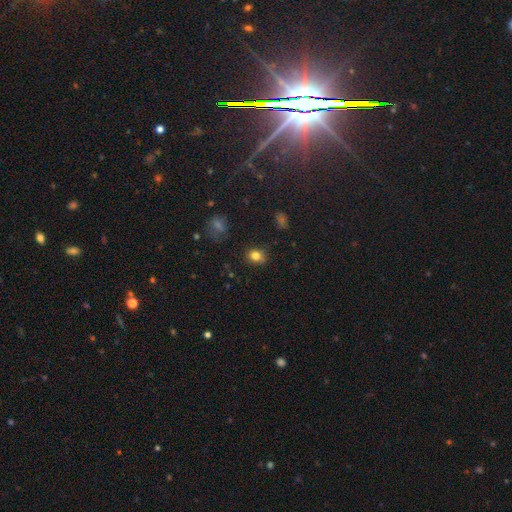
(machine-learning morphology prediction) type=smooth (81%); roundness=round (56%); merging=none (81%).